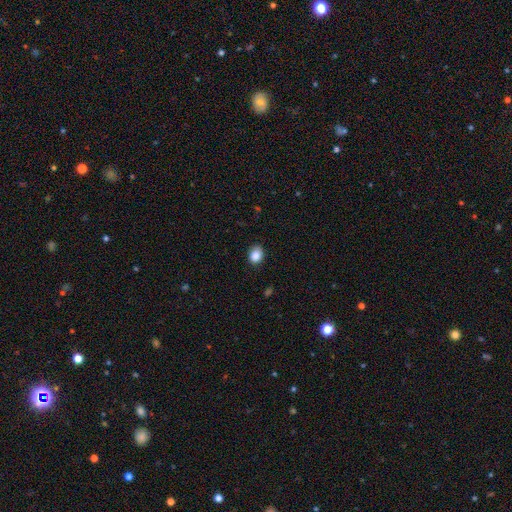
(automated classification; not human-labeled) Smooth or featured? Predicted: smooth (p=0.87). How rounded? Predicted: in between (p=0.53). Merging? Predicted: none (p=0.85).